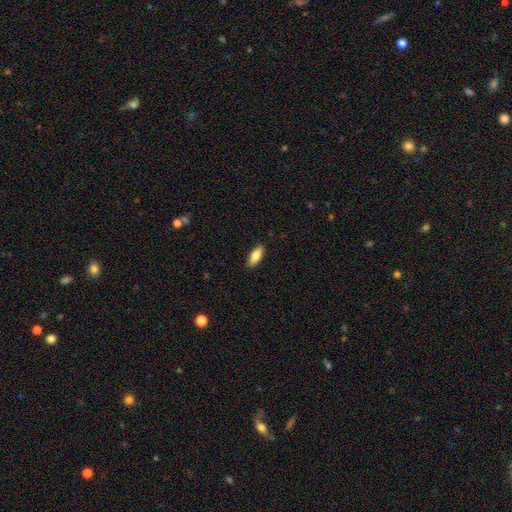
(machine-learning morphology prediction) smooth_or_featured: smooth (p=0.80) [alt: featured or disk p=0.14]
how_rounded: in between (p=0.73) [alt: cigar-shaped p=0.25]
merging: none (p=0.89) [alt: minor disturbance p=0.08]